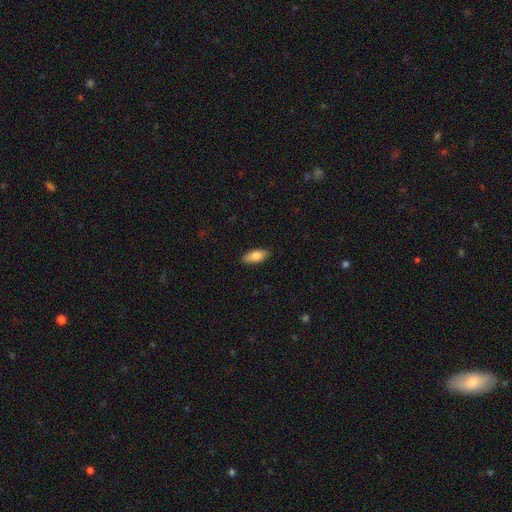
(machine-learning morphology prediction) smooth_or_featured: smooth (p=0.82) [alt: featured or disk p=0.12]
how_rounded: in between (p=0.84) [alt: cigar-shaped p=0.13]
merging: none (p=0.88) [alt: minor disturbance p=0.09]